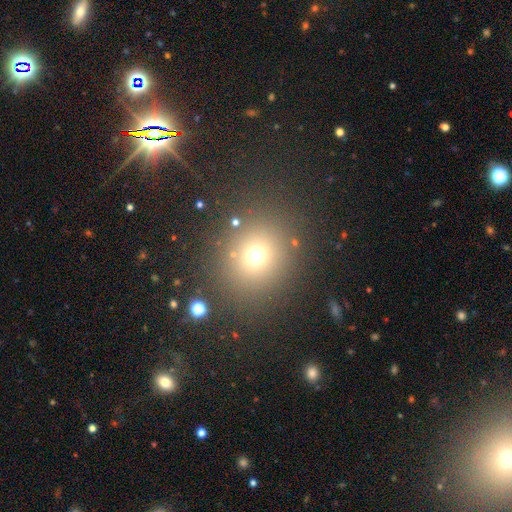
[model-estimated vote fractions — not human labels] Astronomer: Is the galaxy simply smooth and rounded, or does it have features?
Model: smooth — 69%.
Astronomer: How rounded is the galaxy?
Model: round — 82%.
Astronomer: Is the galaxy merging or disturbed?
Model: none — 84%.